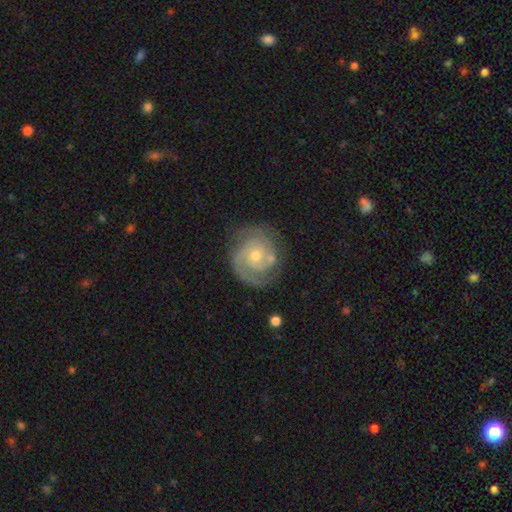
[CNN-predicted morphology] Overall: featured or disk (86%). Edge-on disk: no (98%). Bar: no (73%). Spiral arms: yes (96%). Spiral arm count: 2 (61%). Spiral winding: tight (67%; medium 27%). Bulge size: small (51%; moderate 46%). Merging: none (76%).